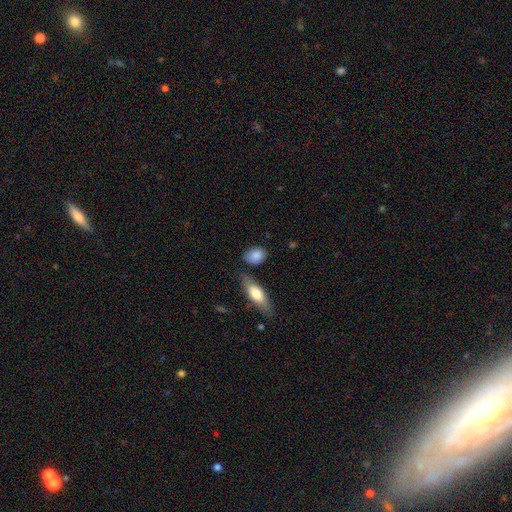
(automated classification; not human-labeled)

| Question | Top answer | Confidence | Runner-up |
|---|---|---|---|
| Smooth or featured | smooth | 85% | featured or disk (8%) |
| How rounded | in between | 68% | round (28%) |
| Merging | none | 69% | minor disturbance (18%) |